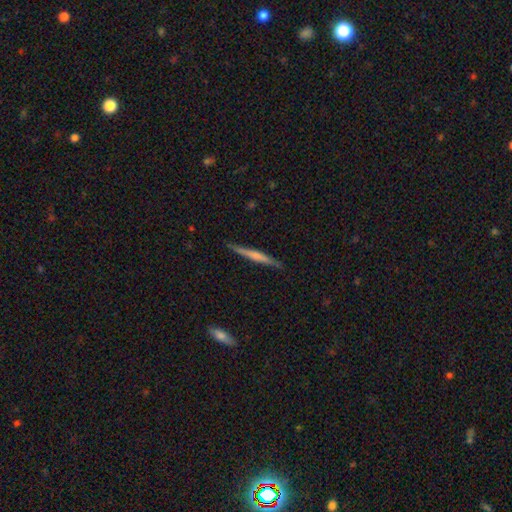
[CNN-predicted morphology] Smooth or featured? featured or disk (50%)
Edge-on disk? yes (97%)
Merging? none (87%)